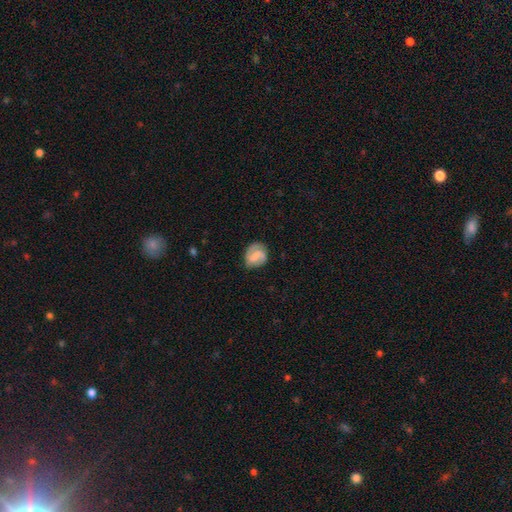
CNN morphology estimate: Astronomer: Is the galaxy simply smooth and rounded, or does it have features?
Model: featured or disk — 65%.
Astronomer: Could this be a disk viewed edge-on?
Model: no — 98%.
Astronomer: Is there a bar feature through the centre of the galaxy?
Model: weak — 50% (runner-up: no, 27%).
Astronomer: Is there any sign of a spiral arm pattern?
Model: yes — 92%.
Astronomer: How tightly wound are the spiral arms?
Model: medium — 46% (runner-up: tight, 33%).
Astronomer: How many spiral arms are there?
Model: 2 — 79%.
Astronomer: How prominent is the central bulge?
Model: none — 36% (runner-up: small, 34%).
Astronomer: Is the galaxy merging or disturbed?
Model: none — 75%.